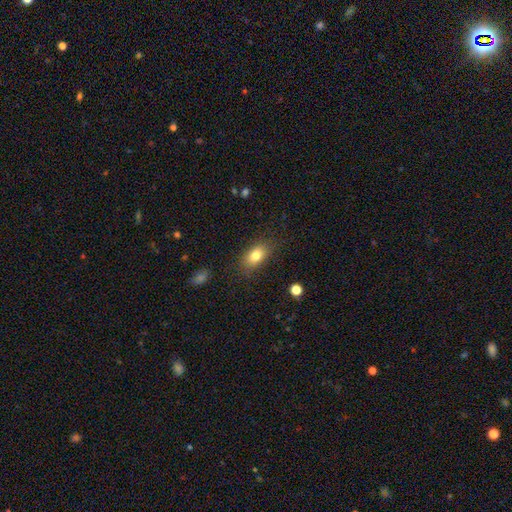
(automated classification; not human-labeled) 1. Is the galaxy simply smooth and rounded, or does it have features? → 80% smooth, 11% featured or disk, 9% star or artifact.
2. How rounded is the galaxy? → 85% in between, 12% round, 3% cigar-shaped.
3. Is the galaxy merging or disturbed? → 81% none, 13% minor disturbance, 4% major disturbance, 1% merger.